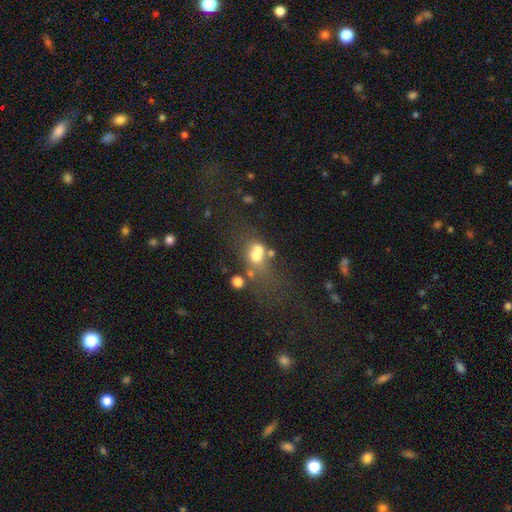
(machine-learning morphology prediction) Smooth or featured? Predicted: smooth (p=0.56). How rounded? Predicted: round (p=0.50). Merging? Predicted: merger (p=0.52).